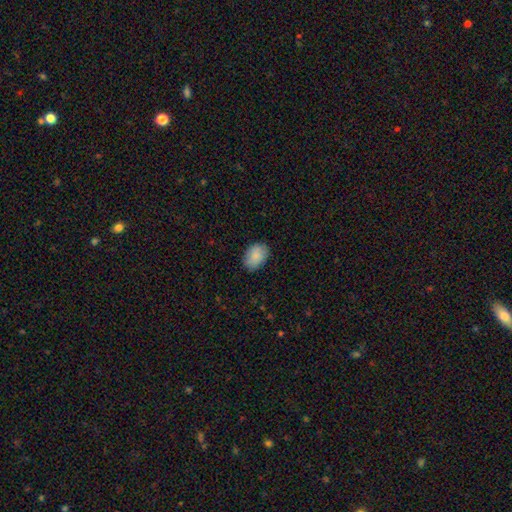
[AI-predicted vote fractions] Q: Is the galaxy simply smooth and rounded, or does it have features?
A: smooth — 88%.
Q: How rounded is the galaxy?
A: in between — 82%.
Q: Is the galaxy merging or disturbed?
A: none — 83%.